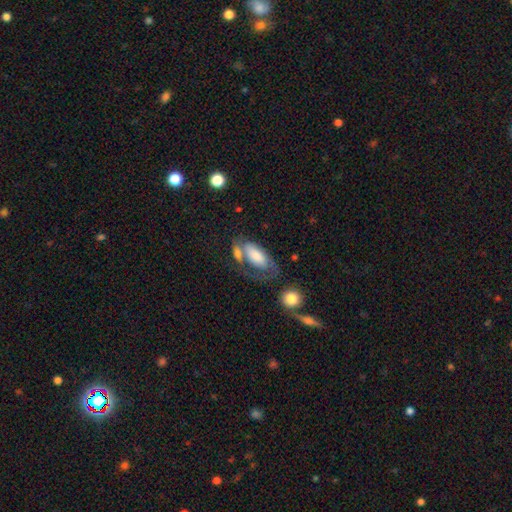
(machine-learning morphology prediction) Smooth or featured? Predicted: smooth (p=0.64). How rounded? Predicted: in between (p=0.89). Merging? Predicted: none (p=0.30).